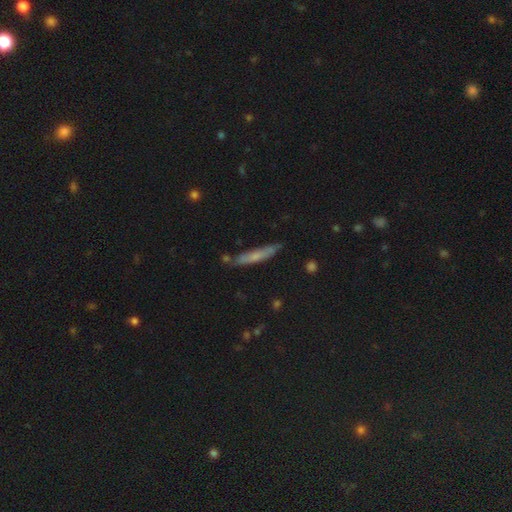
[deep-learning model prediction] A smooth galaxy with no disk features (55%) that is cigar-shaped (92%).

Vote fractions:
- Smooth or featured? smooth: 55% / featured or disk: 37% / star or artifact: 8%
- How rounded? cigar-shaped: 92% / in between: 6% / round: 2%
- Merging? none: 77% / minor disturbance: 16% / merger: 4% / major disturbance: 3%